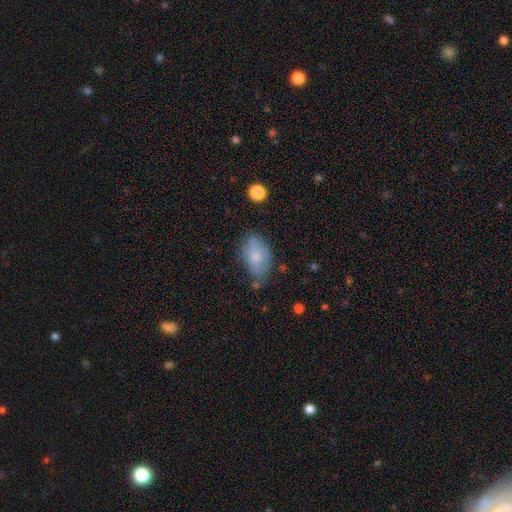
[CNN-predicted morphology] The model was most divided on "merging": none: 56%, minor disturbance: 31%, major disturbance: 9%, merger: 5%. More confident: how rounded — in between (91%); smooth or featured — smooth (69%).